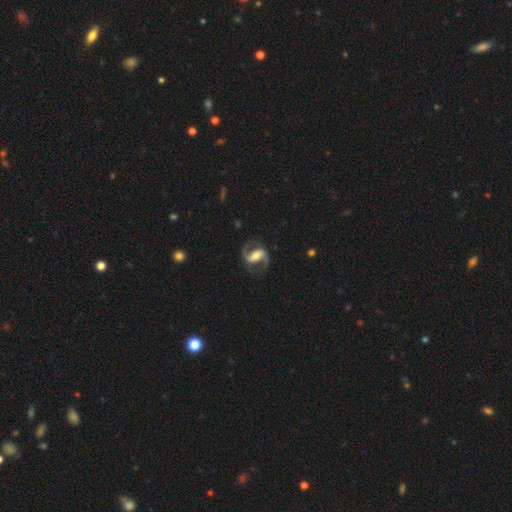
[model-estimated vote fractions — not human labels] Smooth or featured? Predicted: featured or disk (p=0.88). Edge-on disk? Predicted: no (p=0.97). Bar? Predicted: strong (p=0.48). Spiral arms? Predicted: yes (p=0.96). Spiral winding? Predicted: medium (p=0.53). Spiral arm count? Predicted: 2 (p=0.93). Bulge size? Predicted: moderate (p=0.58). Merging? Predicted: none (p=0.79).